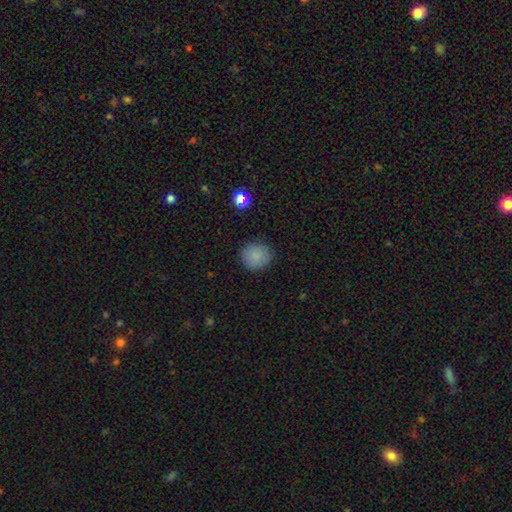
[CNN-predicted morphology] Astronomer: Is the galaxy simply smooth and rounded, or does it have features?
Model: smooth — 86%.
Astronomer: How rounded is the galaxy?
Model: round — 91%.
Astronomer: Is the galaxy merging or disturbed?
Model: none — 89%.